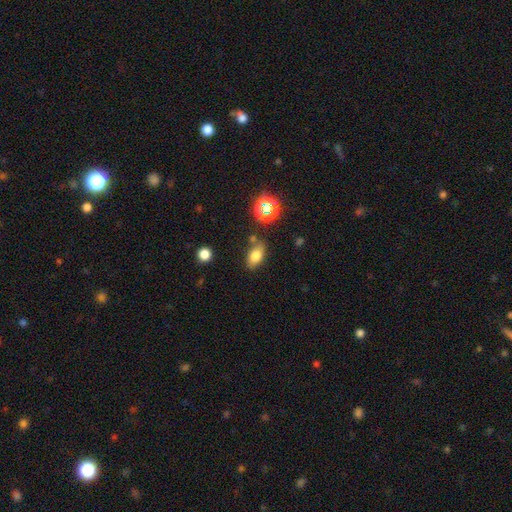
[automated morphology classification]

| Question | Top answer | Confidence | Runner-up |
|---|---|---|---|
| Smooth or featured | smooth | 76% | star or artifact (13%) |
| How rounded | in between | 86% | round (11%) |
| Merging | none | 74% | minor disturbance (15%) |